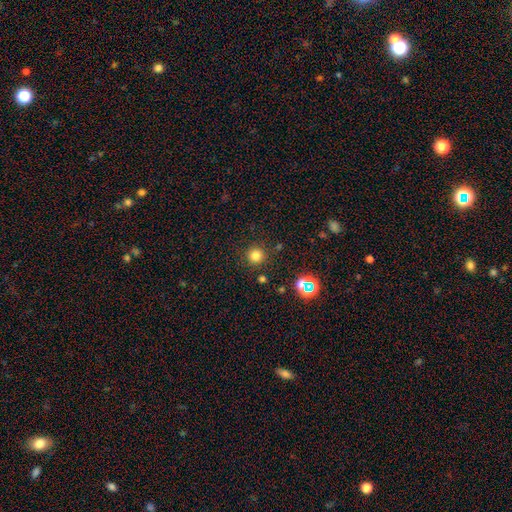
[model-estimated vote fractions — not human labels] This appears to be a smooth galaxy with no disk features (78%) that is round (95%). Merging: none (87%).